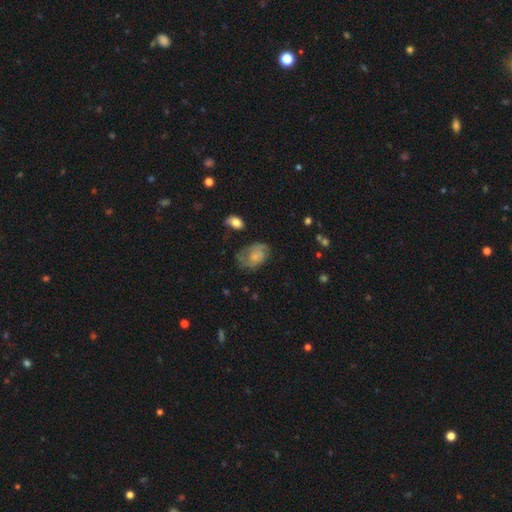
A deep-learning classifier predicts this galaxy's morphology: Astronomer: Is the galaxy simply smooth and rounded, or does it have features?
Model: featured or disk — 53% (runner-up: smooth, 38%).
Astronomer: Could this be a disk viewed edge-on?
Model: no — 97%.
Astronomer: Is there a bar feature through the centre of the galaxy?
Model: no — 74%.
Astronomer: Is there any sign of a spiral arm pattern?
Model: yes — 81%.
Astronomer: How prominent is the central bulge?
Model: small — 47% (runner-up: moderate, 27%).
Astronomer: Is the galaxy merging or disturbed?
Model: none — 53%.